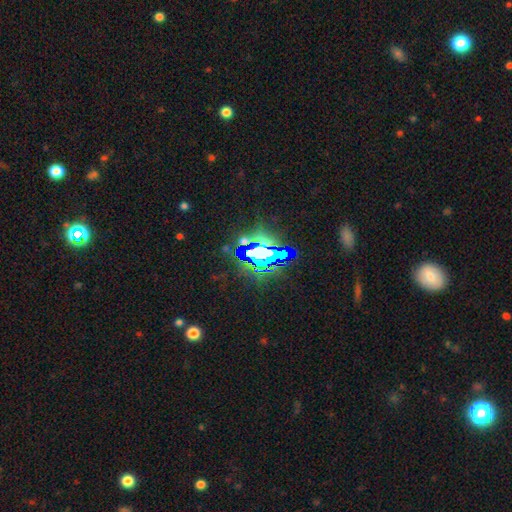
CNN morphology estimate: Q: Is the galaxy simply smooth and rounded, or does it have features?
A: star or artifact — 73%.